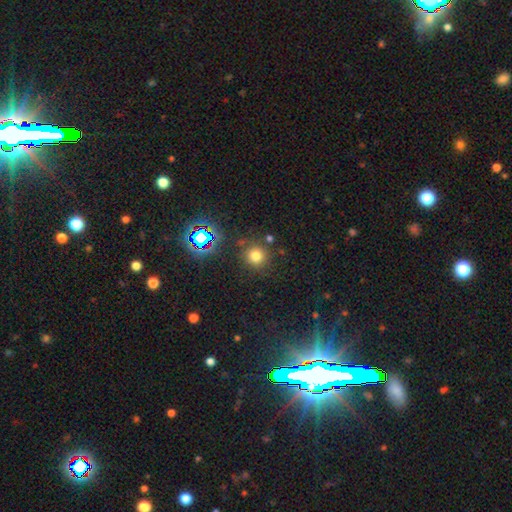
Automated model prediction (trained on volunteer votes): smooth 69%, star or artifact 24%, featured or disk 7%. Down the decision tree: how rounded — round (93%); merging — none (82%).